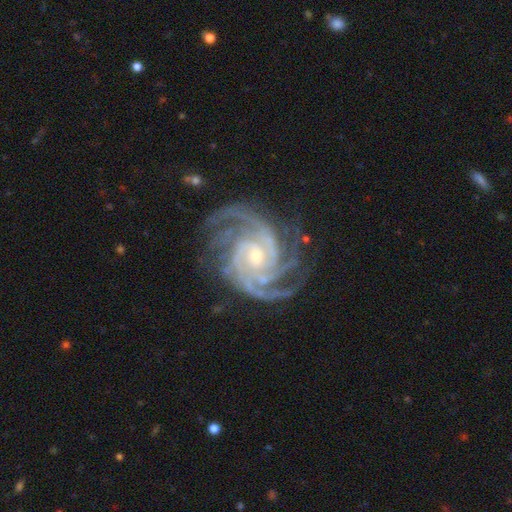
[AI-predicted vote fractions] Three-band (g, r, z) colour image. It shows a featured or disk galaxy (94%) with no bar (59%), 4 (29%) tight (63%) spiral arms (99%) and a small central bulge (66%). Merging: none (76%).